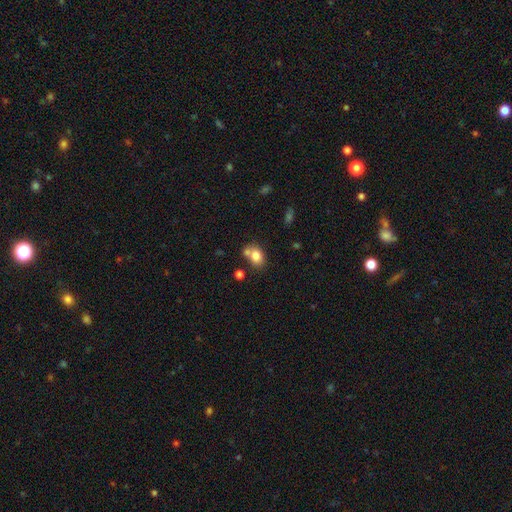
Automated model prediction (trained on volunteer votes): Smooth or featured? smooth (79%)
How rounded? in between (59%)
Merging? none (48%)